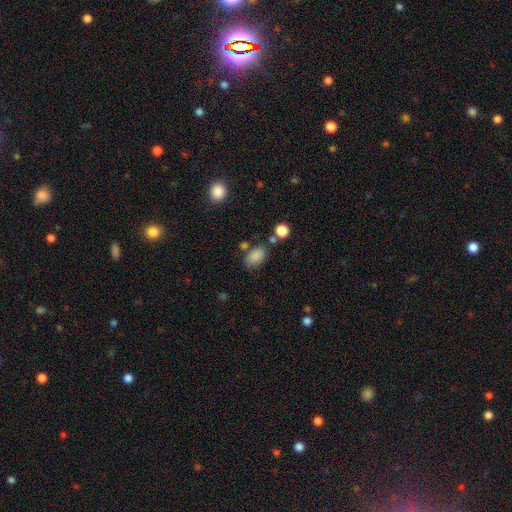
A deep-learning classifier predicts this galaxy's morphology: smooth_or_featured: smooth (p=0.85) [alt: star or artifact p=0.10]
how_rounded: in between (p=0.88) [alt: round p=0.11]
merging: none (p=0.67) [alt: minor disturbance p=0.18]